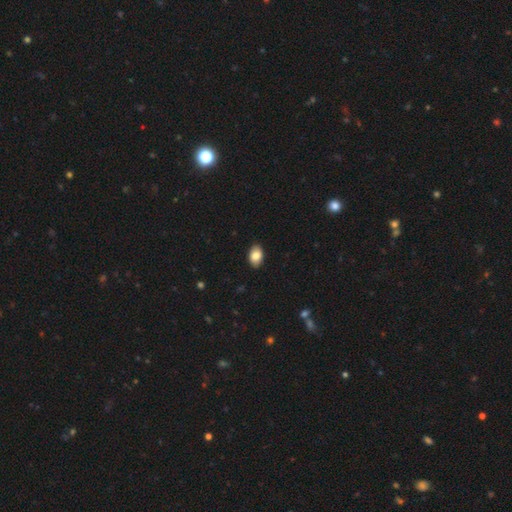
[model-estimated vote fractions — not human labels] smooth-or-featured: smooth: 83% | featured or disk: 10% | star or artifact: 7%
  how-rounded: in between: 90% | round: 9% | cigar-shaped: 1%
  merging: none: 89% | minor disturbance: 8% | major disturbance: 2% | merger: 1%